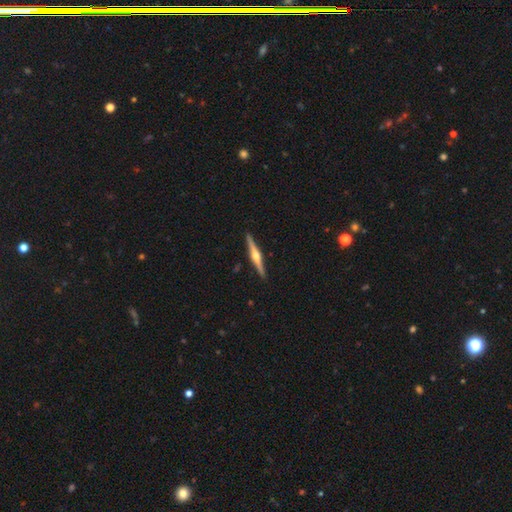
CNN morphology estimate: A featured or disk galaxy (80%) viewed edge-on (99%) with a rounded central bulge (95%).

Vote fractions:
- Smooth or featured? featured or disk: 80% / smooth: 15% / star or artifact: 5%
- Edge-on disk? yes: 99% / no: 1%
- Edge-on bulge? rounded: 95% / boxy: 3% / none: 2%
- Merging? none: 92% / minor disturbance: 6% / major disturbance: 1% / merger: 1%